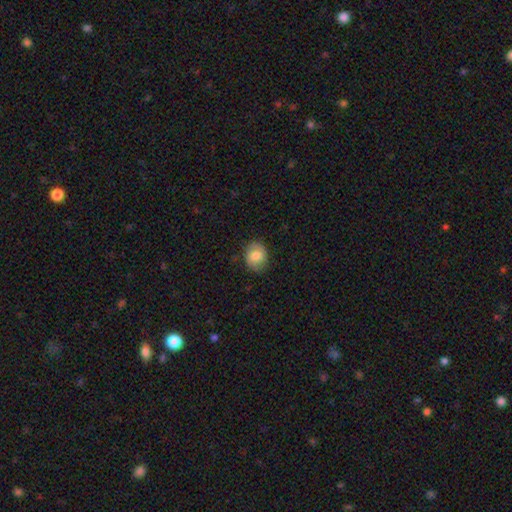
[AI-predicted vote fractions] This appears to be a smooth galaxy with no disk features (78%) that is round (66%). Merging: none (82%).